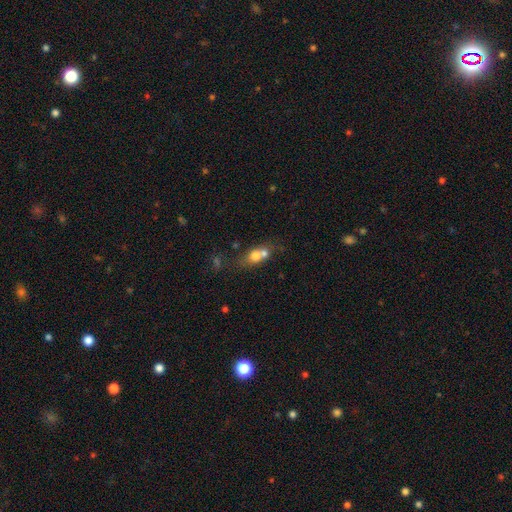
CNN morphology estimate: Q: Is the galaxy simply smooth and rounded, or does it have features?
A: smooth — 66%.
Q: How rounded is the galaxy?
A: round — 48%.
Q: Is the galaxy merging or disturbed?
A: merger — 58%.